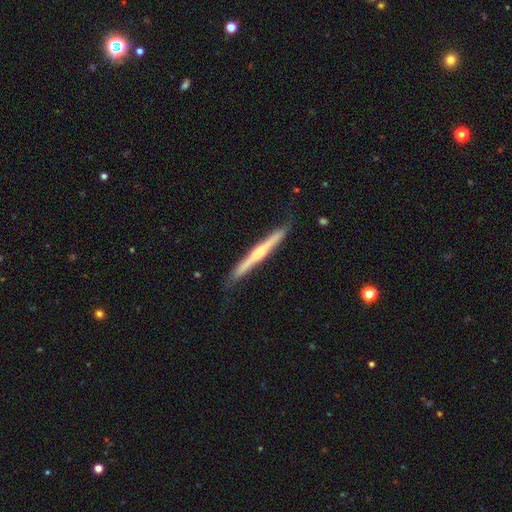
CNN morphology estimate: A featured or disk galaxy (64%) viewed edge-on (97%) with a rounded central bulge (53%).

Vote fractions:
- Smooth or featured? featured or disk: 64% / smooth: 30% / star or artifact: 6%
- Edge-on disk? yes: 97% / no: 3%
- Edge-on bulge? rounded: 53% / none: 38% / boxy: 9%
- Merging? none: 84% / minor disturbance: 13% / major disturbance: 2% / merger: 1%